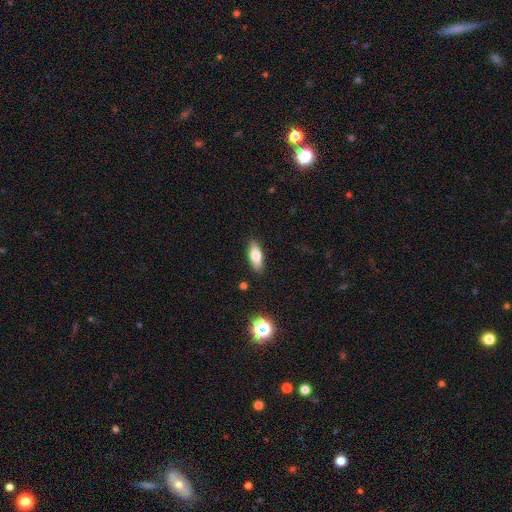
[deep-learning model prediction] Overall: smooth (75%). How rounded: in between (74%). Merging: none (87%).